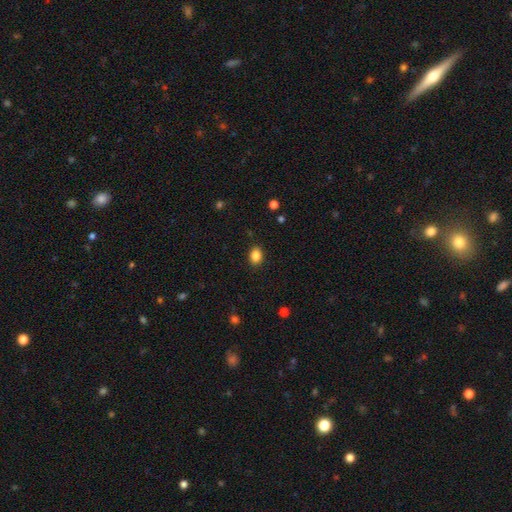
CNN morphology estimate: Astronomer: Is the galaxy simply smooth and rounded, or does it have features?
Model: smooth — 87%.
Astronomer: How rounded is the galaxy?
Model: in between — 67%.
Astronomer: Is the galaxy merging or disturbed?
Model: none — 89%.